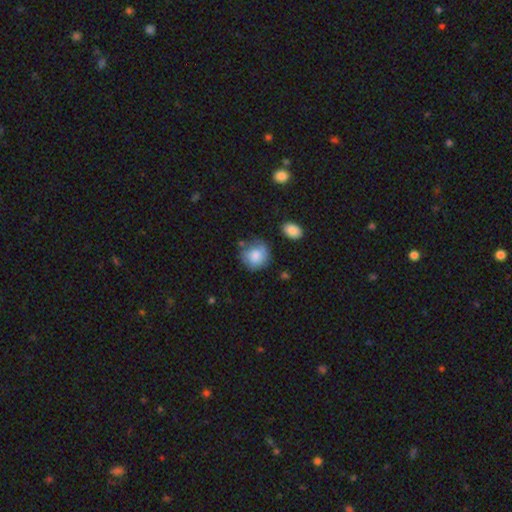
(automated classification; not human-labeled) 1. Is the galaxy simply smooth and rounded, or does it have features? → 76% smooth, 16% featured or disk, 7% star or artifact.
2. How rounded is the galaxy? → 84% round, 15% in between, 1% cigar-shaped.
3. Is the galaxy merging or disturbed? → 63% none, 25% minor disturbance, 8% major disturbance, 4% merger.